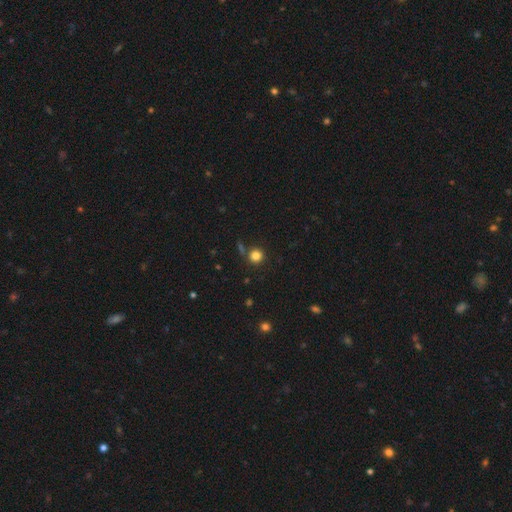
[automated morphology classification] A smooth galaxy with no disk features (82%) that is round (92%). Merging: none (81%).